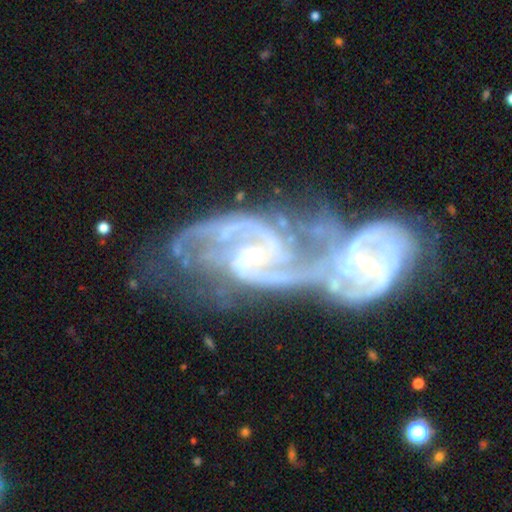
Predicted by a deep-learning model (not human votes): A featured or disk galaxy (93%) with no bar (42%), 2 (81%) medium (53%) spiral arms (98%) and a small central bulge (66%).

Vote fractions:
- Smooth or featured? featured or disk: 93% / star or artifact: 4% / smooth: 3%
- Edge-on disk? no: 98% / yes: 2%
- Bar? no: 42% / weak: 40% / strong: 18%
- Spiral arms? yes: 98% / no: 2%
- Spiral winding? medium: 53% / tight: 25% / loose: 21%
- Spiral arm count? 2: 81% / can't tell: 6% / 3: 5% / 1: 3% / 4: 3% / more than 4: 2%
- Bulge size? small: 66% / moderate: 29% / none: 2% / large: 2% / dominant: 1%
- Merging? merger: 83% / major disturbance: 6% / none: 6% / minor disturbance: 5%